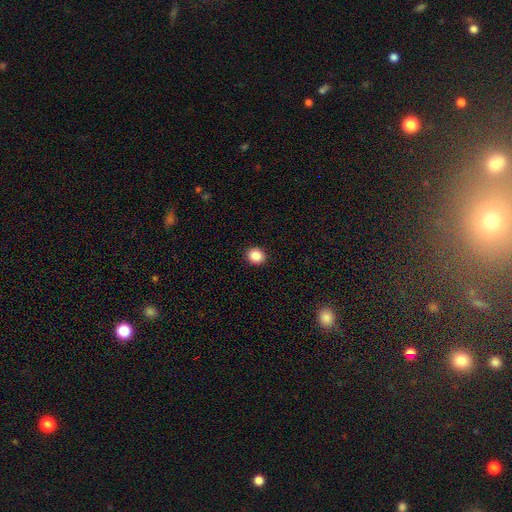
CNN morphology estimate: Smooth or featured? smooth (87%)
How rounded? round (77%)
Merging? none (92%)